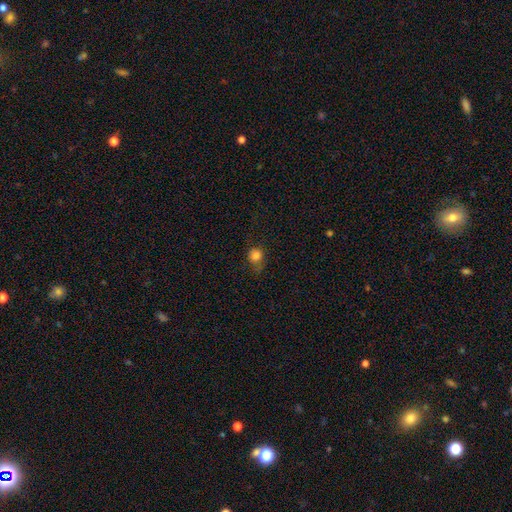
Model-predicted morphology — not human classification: smooth_or_featured: smooth (p=0.82) [alt: star or artifact p=0.12]
how_rounded: round (p=0.76) [alt: in between p=0.23]
merging: none (p=0.57) [alt: minor disturbance p=0.28]